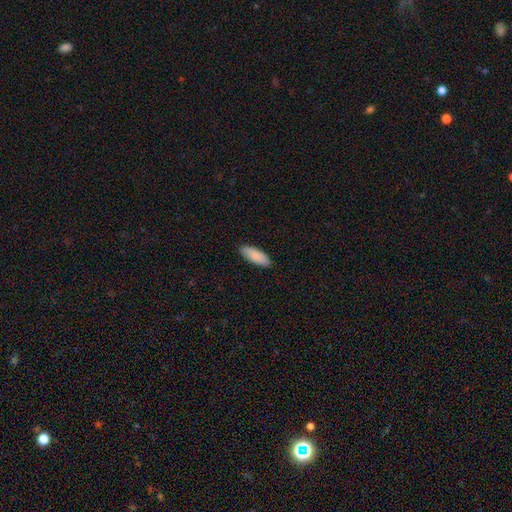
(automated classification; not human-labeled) smooth-or-featured: smooth: 88% | featured or disk: 6% | star or artifact: 5%
  how-rounded: in between: 75% | cigar-shaped: 23% | round: 1%
  merging: none: 87% | minor disturbance: 10% | major disturbance: 2% | merger: 1%